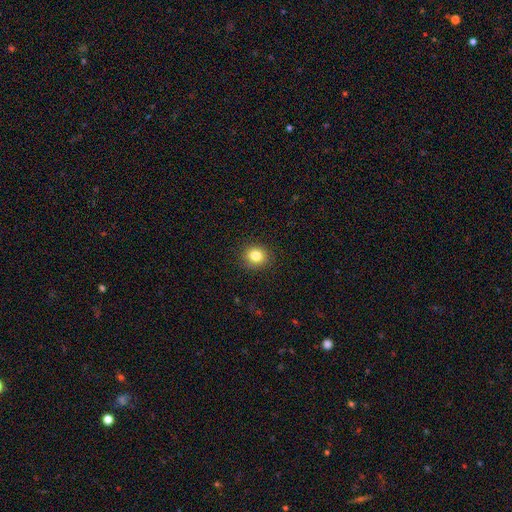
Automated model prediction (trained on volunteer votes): This appears to be a smooth galaxy with no disk features (83%) that is round (78%). Merging: none (89%).